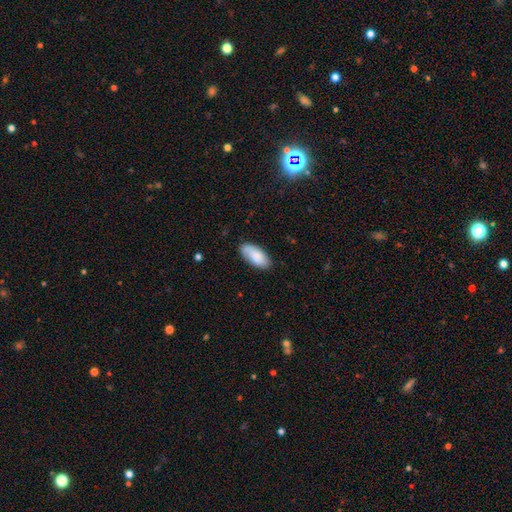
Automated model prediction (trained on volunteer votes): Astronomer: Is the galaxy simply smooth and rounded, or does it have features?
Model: smooth — 80%.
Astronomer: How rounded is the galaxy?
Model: in between — 91%.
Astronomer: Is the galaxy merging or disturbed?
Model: none — 80%.